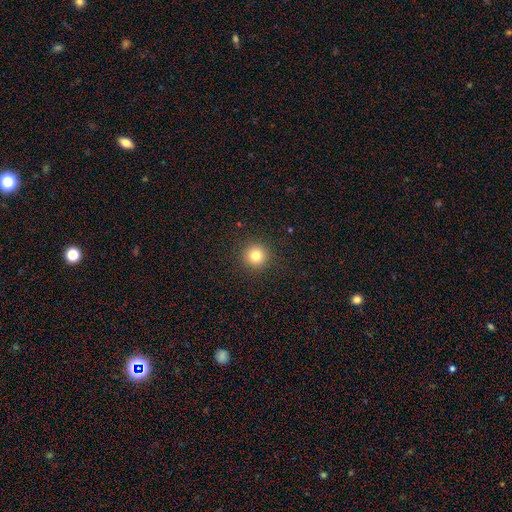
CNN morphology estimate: Smooth or featured? Predicted: smooth (p=0.80). How rounded? Predicted: round (p=0.96). Merging? Predicted: none (p=0.92).